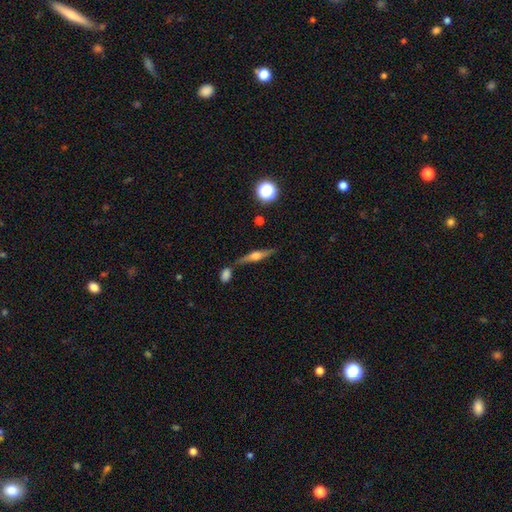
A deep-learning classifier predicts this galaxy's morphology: type=featured or disk (69%); edge-on=yes (95%); edge-on bulge=rounded (88%); merging=none (74%).